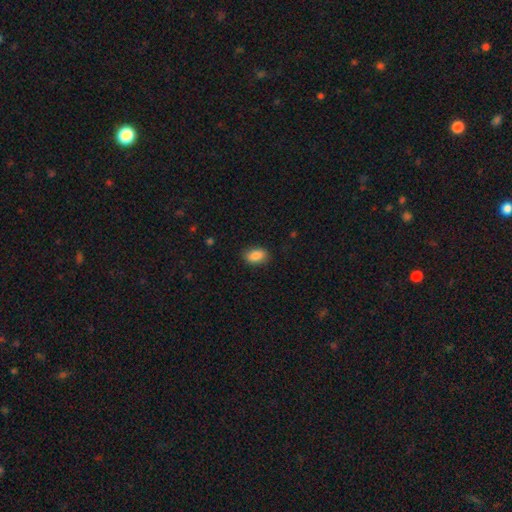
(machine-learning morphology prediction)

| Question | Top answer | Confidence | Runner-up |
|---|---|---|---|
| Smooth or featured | smooth | 88% | star or artifact (8%) |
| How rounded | in between | 88% | round (9%) |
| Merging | none | 85% | minor disturbance (11%) |